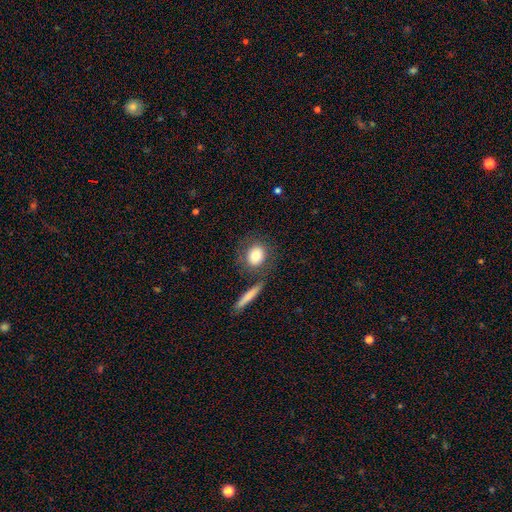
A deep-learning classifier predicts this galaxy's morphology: This appears to be a smooth galaxy with no disk features (80%) that is round (69%). Merging: none (71%).